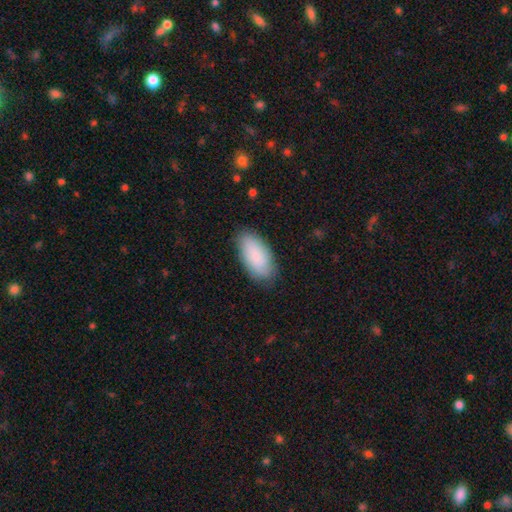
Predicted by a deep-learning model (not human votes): A smooth galaxy with no disk features (83%) that is in between round and cigar-shaped (92%).

Vote fractions:
- Smooth or featured? smooth: 83% / featured or disk: 11% / star or artifact: 6%
- How rounded? in between: 92% / cigar-shaped: 6% / round: 2%
- Merging? none: 83% / minor disturbance: 13% / major disturbance: 3% / merger: 1%